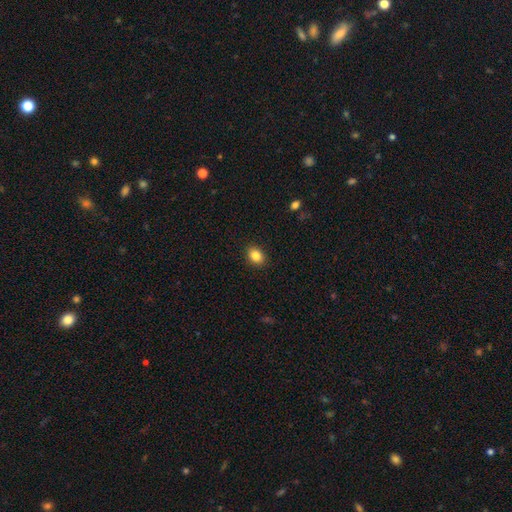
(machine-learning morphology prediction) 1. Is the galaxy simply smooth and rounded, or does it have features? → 85% smooth, 10% star or artifact, 6% featured or disk.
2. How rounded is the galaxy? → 62% in between, 37% round, 1% cigar-shaped.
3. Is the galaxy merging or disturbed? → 90% none, 7% minor disturbance, 2% major disturbance, 1% merger.